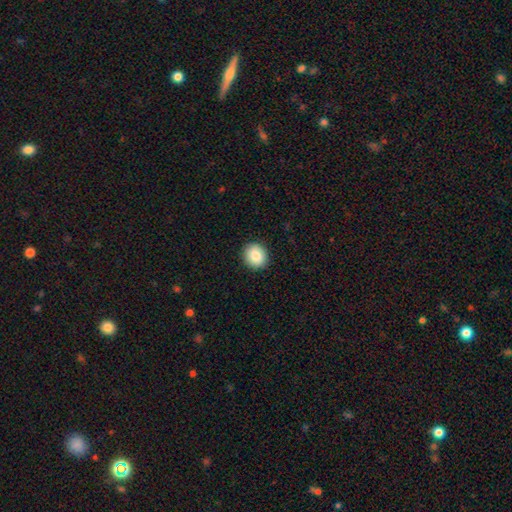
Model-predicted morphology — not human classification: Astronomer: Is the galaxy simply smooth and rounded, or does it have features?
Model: smooth — 86%.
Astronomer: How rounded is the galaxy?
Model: round — 76%.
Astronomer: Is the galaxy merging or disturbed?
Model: none — 90%.